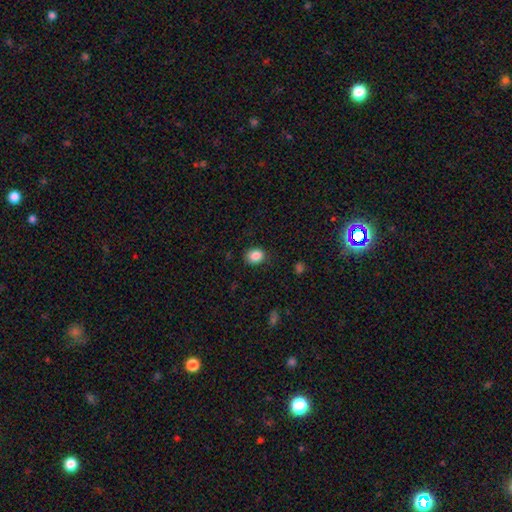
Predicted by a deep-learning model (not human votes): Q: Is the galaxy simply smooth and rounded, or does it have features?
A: smooth — 86%.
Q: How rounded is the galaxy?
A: round — 56%.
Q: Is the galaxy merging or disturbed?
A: none — 84%.